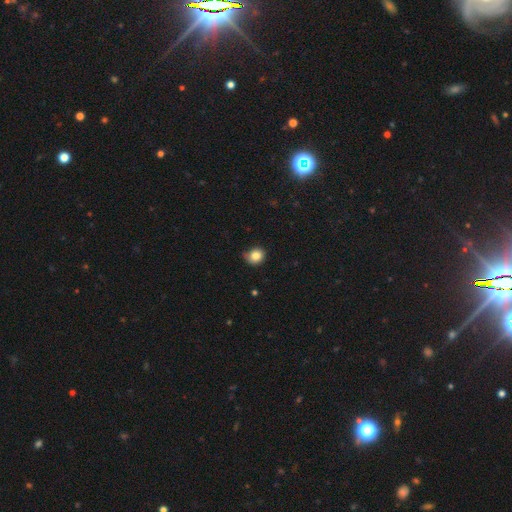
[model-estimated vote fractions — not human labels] smooth-or-featured: smooth: 84% | star or artifact: 10% | featured or disk: 6%
  how-rounded: round: 74% | in between: 25% | cigar-shaped: 1%
  merging: none: 67% | minor disturbance: 28% | major disturbance: 4% | merger: 2%